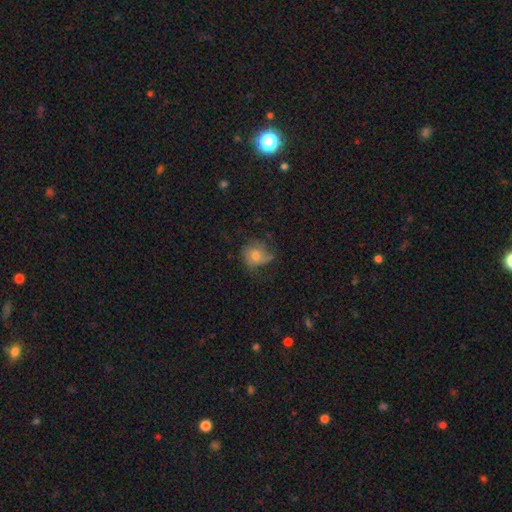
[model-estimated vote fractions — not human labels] Smooth or featured: smooth — 53% (featured or disk — 36%)
How rounded: round — 71% (in between — 28%)
Merging: none — 48% (minor disturbance — 28%)